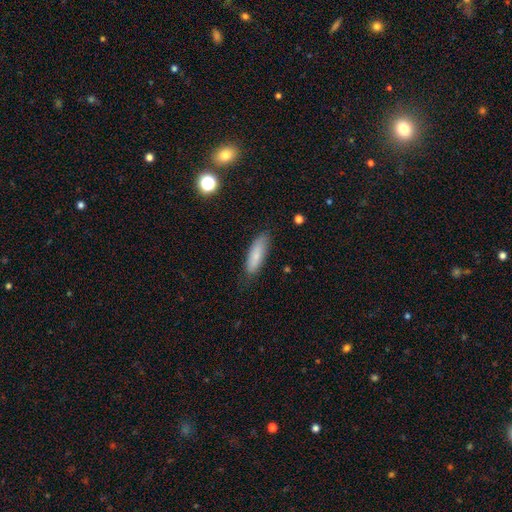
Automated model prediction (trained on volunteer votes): Smooth or featured?
  - smooth: 80% *
  - featured or disk: 13%
  - star or artifact: 7%
How rounded?
  - cigar-shaped: 51% *
  - in between: 47%
  - round: 2%
Merging?
  - none: 80% *
  - minor disturbance: 16%
  - major disturbance: 3%
  - merger: 1%